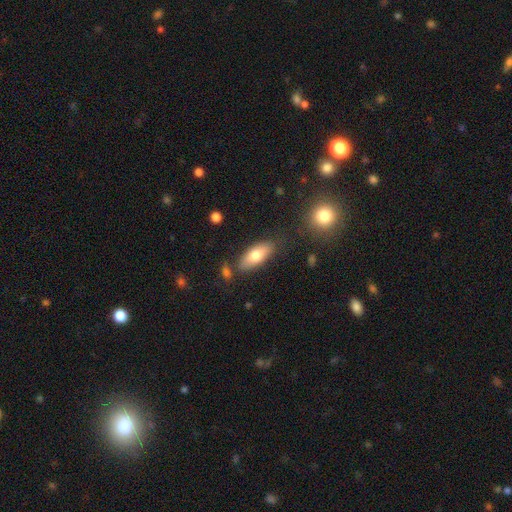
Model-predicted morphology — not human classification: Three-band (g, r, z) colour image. It shows a smooth galaxy with no disk features (74%) that is in between round and cigar-shaped (80%). Merging: none (77%).